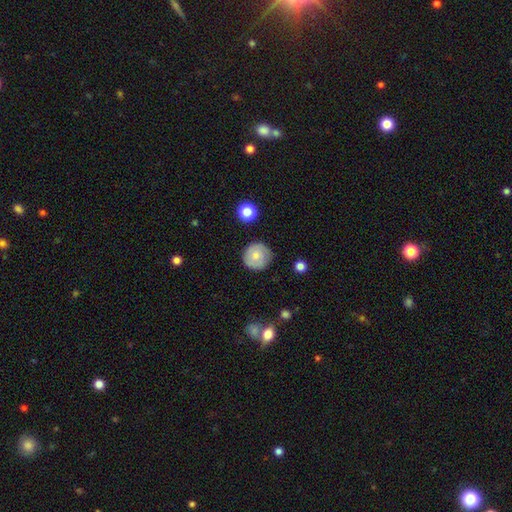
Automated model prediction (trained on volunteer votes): This is likely a smooth galaxy (64%). How rounded: clearly round (94%). Merging: clearly none (81%).